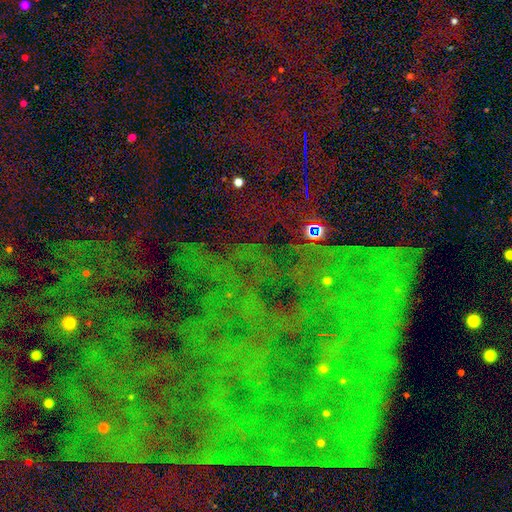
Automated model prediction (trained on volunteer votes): star or artifact 83%, featured or disk 9%, smooth 8%.